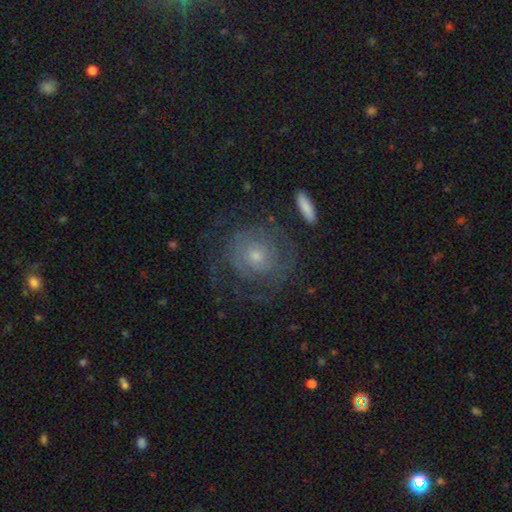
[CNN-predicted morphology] Smooth or featured: featured or disk — 64% (smooth — 25%)
Edge-on disk: no — 96% (yes — 4%)
Bar: no — 82% (weak — 15%)
Spiral arms: yes — 78% (no — 22%)
Bulge size: small — 54% (moderate — 38%)
Merging: none — 68% (minor disturbance — 15%)